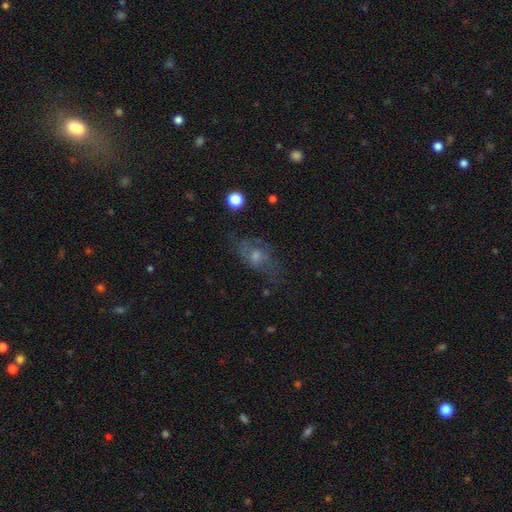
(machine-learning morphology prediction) type=featured or disk (55%); edge-on=no (92%); bar=no (74%); spiral arms=yes (72%); bulge=moderate (50%); merging=none (59%).